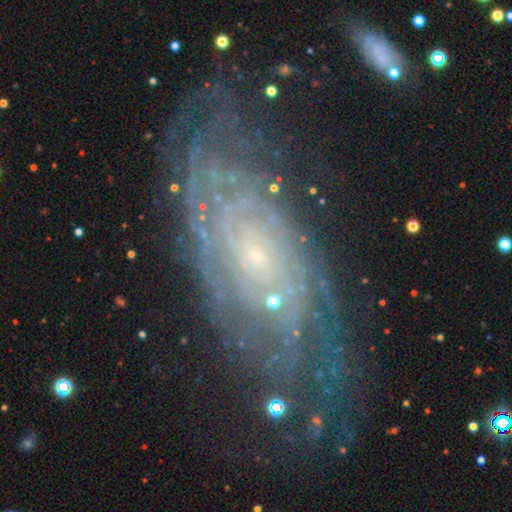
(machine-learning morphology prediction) smooth_or_featured: featured or disk (p=0.81) [alt: smooth p=0.09]
disk_edge_on: no (p=0.90) [alt: yes p=0.10]
bar: no (p=0.72) [alt: weak p=0.22]
has_spiral_arms: yes (p=0.94) [alt: no p=0.06]
spiral_winding: tight (p=0.75) [alt: medium p=0.20]
spiral_arm_count: can't tell (p=0.47) [alt: 2 p=0.15]
bulge_size: small (p=0.80) [alt: moderate p=0.13]
merging: none (p=0.72) [alt: minor disturbance p=0.18]